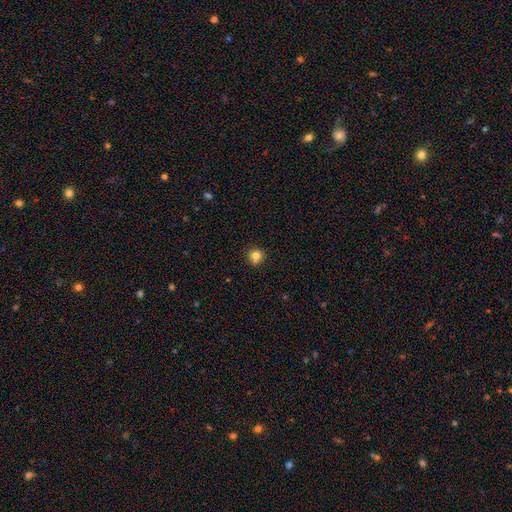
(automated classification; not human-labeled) Overall: smooth (82%). How rounded: round (89%). Merging: none (82%).